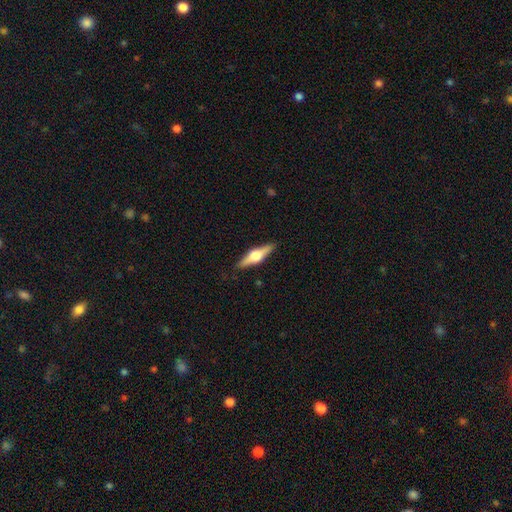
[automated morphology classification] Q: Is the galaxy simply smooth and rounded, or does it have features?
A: featured or disk — 66%.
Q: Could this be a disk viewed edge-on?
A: yes — 97%.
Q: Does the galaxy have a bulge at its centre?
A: rounded — 94%.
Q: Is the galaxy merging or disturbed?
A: none — 89%.